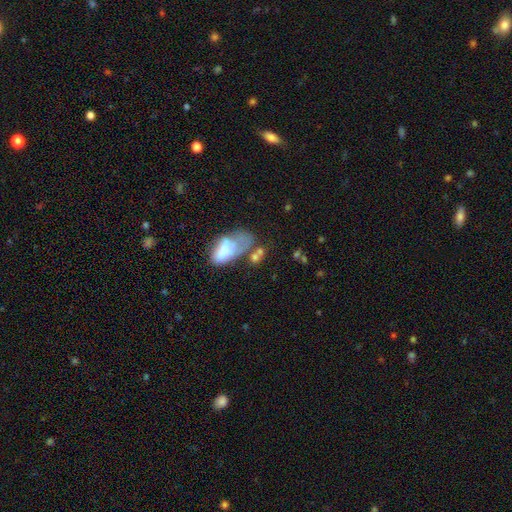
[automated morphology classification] A smooth galaxy with no disk features (56%) that is in between round and cigar-shaped (87%).

Vote fractions:
- Smooth or featured? smooth: 56% / featured or disk: 32% / star or artifact: 12%
- How rounded? in between: 87% / cigar-shaped: 7% / round: 6%
- Merging? major disturbance: 34% / merger: 26% / none: 21% / minor disturbance: 19%